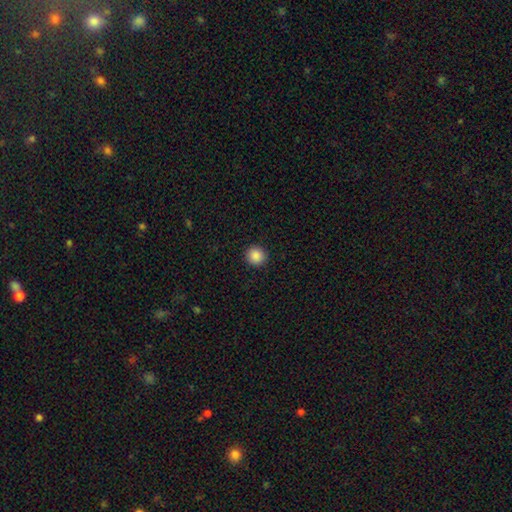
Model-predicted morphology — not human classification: type=smooth (88%); roundness=round (92%); merging=none (92%).